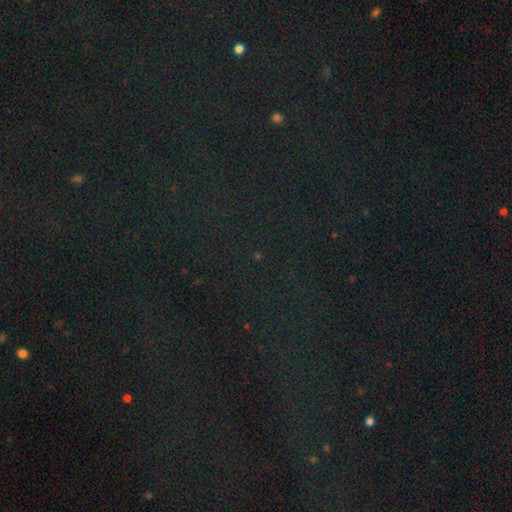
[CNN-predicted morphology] Q: Smooth or featured?
A: star or artifact (81%); runner-up: smooth (12%)